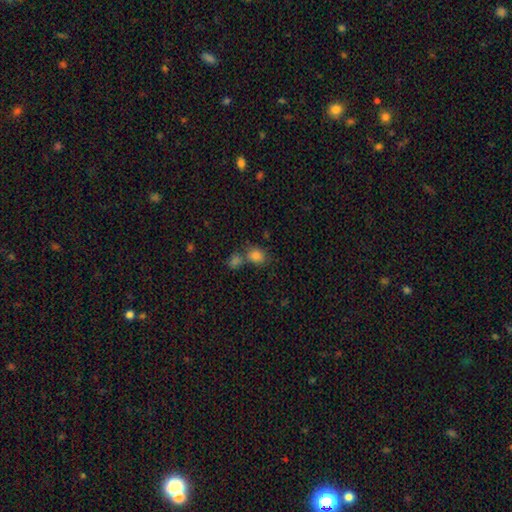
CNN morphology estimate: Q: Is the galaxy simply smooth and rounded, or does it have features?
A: smooth — 81%.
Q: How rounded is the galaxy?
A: round — 50%.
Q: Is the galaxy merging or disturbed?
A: none — 47%.